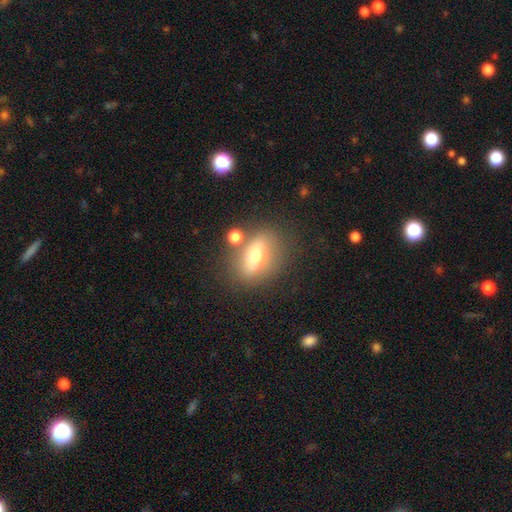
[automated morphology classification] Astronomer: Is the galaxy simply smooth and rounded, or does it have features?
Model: smooth — 52% (runner-up: featured or disk, 38%).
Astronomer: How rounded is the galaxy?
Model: in between — 68%.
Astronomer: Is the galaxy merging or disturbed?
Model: none — 74%.